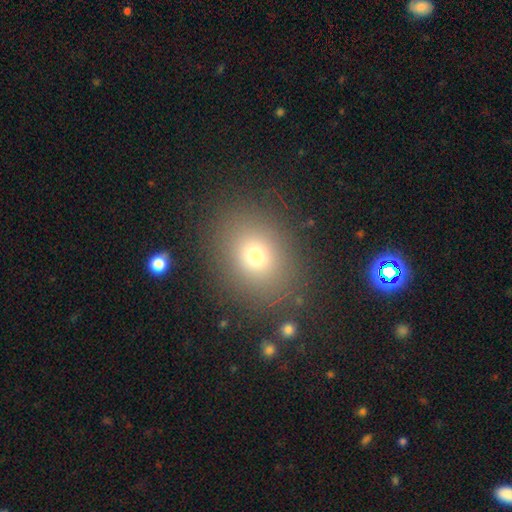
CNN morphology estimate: The model was most divided on "how rounded": round: 54%, in between: 45%, cigar-shaped: 1%. More confident: merging — none (85%); smooth or featured — smooth (71%).